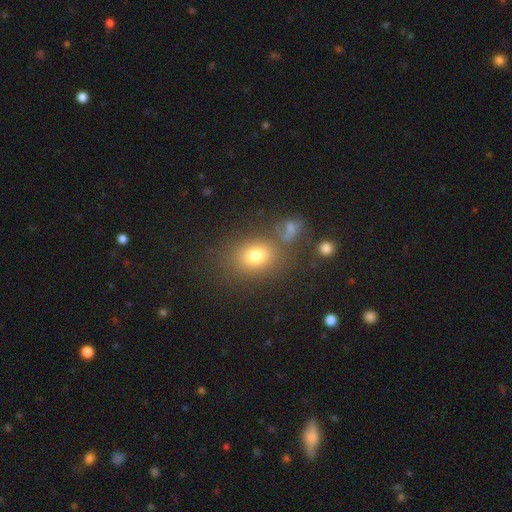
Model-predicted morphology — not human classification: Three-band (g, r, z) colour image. It shows a smooth galaxy with no disk features (76%) that is in between round and cigar-shaped (57%). Merging: none (70%).